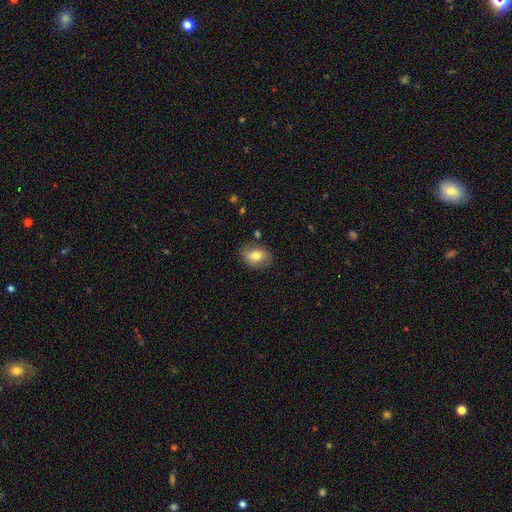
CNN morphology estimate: Q: Smooth or featured?
A: smooth (75%); runner-up: featured or disk (17%)
Q: How rounded?
A: in between (64%); runner-up: round (35%)
Q: Merging?
A: none (79%); runner-up: minor disturbance (15%)